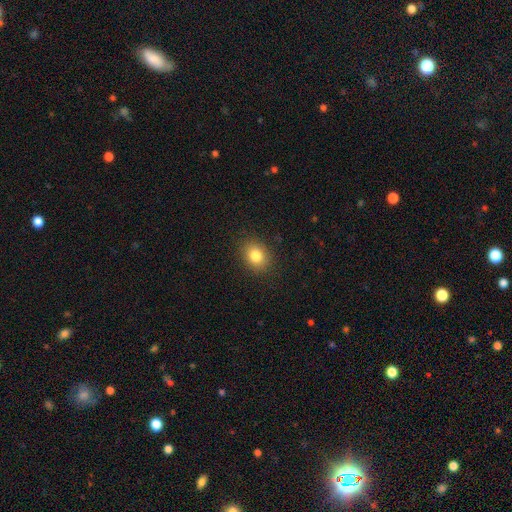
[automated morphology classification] This appears to be a smooth galaxy with no disk features (83%) that is round (51%). Merging: none (88%).